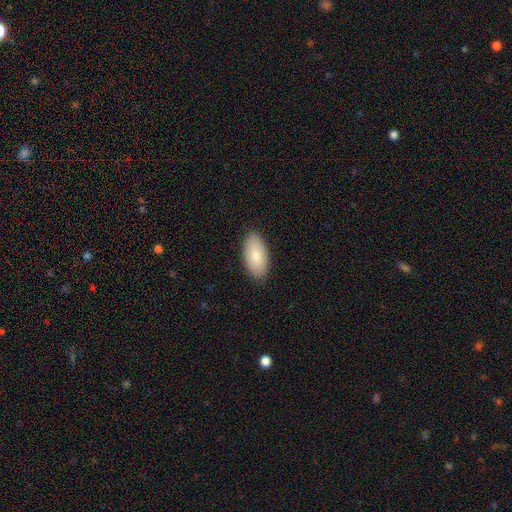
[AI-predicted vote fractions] The model was most divided on "smooth or featured": smooth: 82%, featured or disk: 12%, star or artifact: 6%. More confident: how rounded — in between (94%); merging — none (87%).